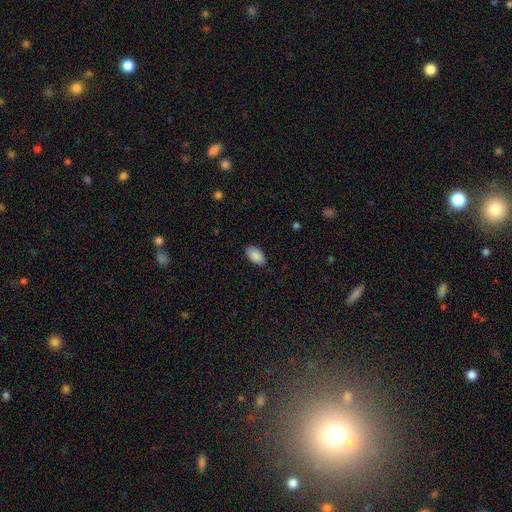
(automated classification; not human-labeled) The model was most divided on "merging": none: 85%, minor disturbance: 12%, major disturbance: 2%, merger: 1%. More confident: how rounded — in between (95%); smooth or featured — smooth (89%).